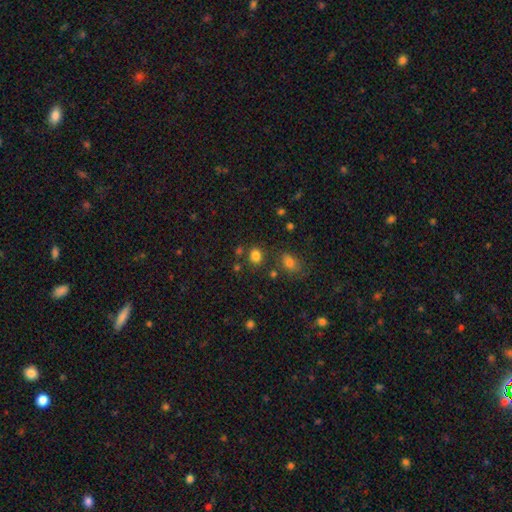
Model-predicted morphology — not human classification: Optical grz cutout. It shows a smooth galaxy with no disk features (81%) that is round (55%). Merging: none (77%).